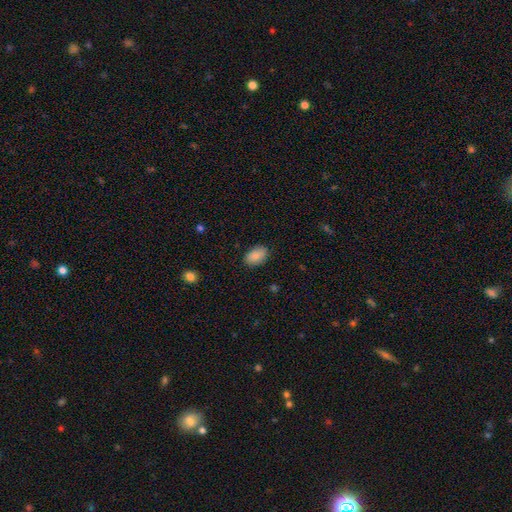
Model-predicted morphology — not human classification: smooth-or-featured: smooth: 88% | star or artifact: 7% | featured or disk: 5%
  how-rounded: in between: 89% | round: 10% | cigar-shaped: 1%
  merging: none: 84% | minor disturbance: 12% | major disturbance: 3% | merger: 1%